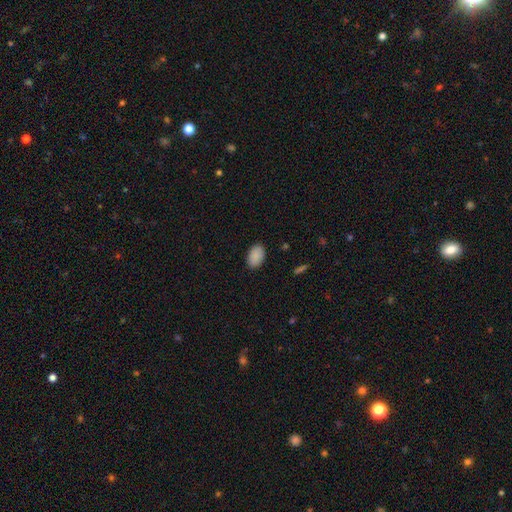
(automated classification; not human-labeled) Q: Smooth or featured?
A: smooth (89%); runner-up: star or artifact (7%)
Q: How rounded?
A: in between (91%); runner-up: round (8%)
Q: Merging?
A: none (88%); runner-up: minor disturbance (9%)